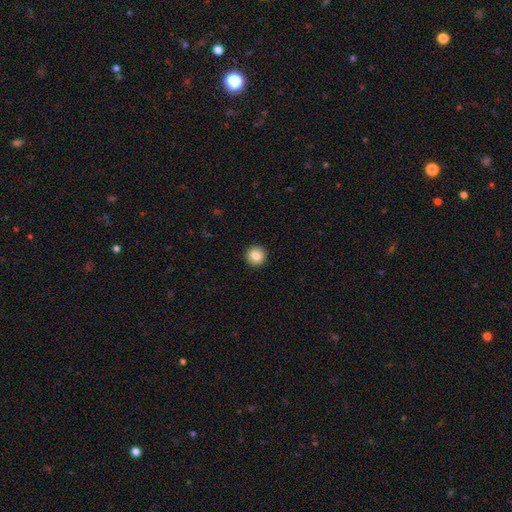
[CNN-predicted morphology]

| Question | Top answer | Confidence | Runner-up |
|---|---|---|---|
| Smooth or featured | smooth | 84% | star or artifact (9%) |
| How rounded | round | 95% | in between (4%) |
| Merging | none | 93% | minor disturbance (4%) |